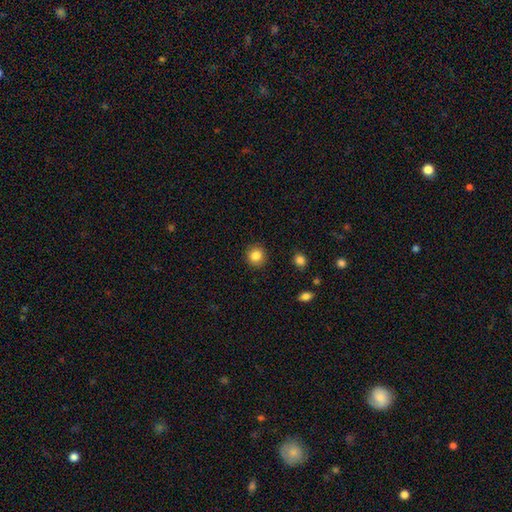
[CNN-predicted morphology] This is clearly a smooth galaxy (84%). How rounded: clearly round (90%). Merging: clearly none (90%).